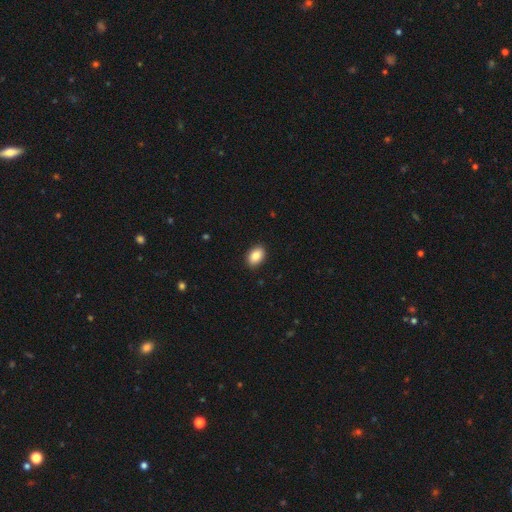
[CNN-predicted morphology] type=smooth (87%); roundness=in between (86%); merging=none (90%).